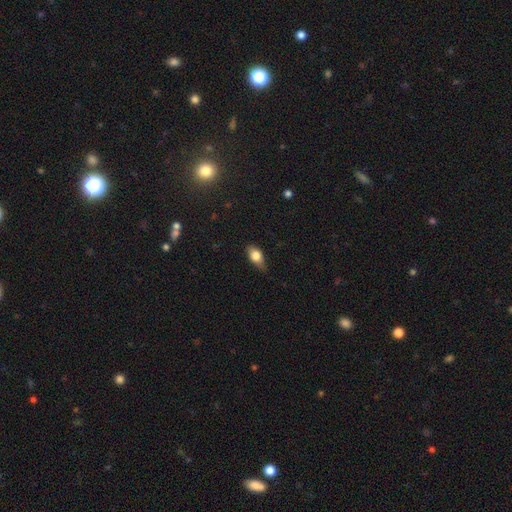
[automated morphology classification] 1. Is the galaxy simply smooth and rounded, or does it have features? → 74% smooth, 18% featured or disk, 8% star or artifact.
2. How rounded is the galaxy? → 83% in between, 10% round, 7% cigar-shaped.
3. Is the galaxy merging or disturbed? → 67% none, 27% minor disturbance, 5% major disturbance, 1% merger.